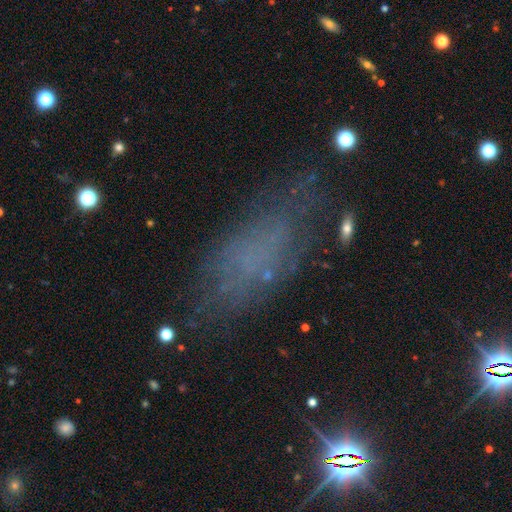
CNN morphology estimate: A smooth galaxy with no disk features (50%) that is in between round and cigar-shaped (72%).

Vote fractions:
- Smooth or featured? smooth: 50% / featured or disk: 26% / star or artifact: 24%
- How rounded? in between: 72% / cigar-shaped: 23% / round: 5%
- Merging? none: 66% / minor disturbance: 20% / major disturbance: 11% / merger: 3%